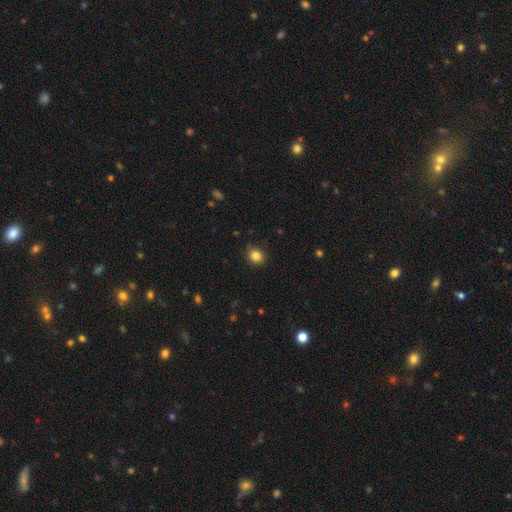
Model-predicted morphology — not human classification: Smooth or featured?
  - smooth: 84% *
  - star or artifact: 11%
  - featured or disk: 5%
How rounded?
  - round: 64% *
  - in between: 35%
  - cigar-shaped: 1%
Merging?
  - none: 84% *
  - minor disturbance: 12%
  - major disturbance: 2%
  - merger: 1%